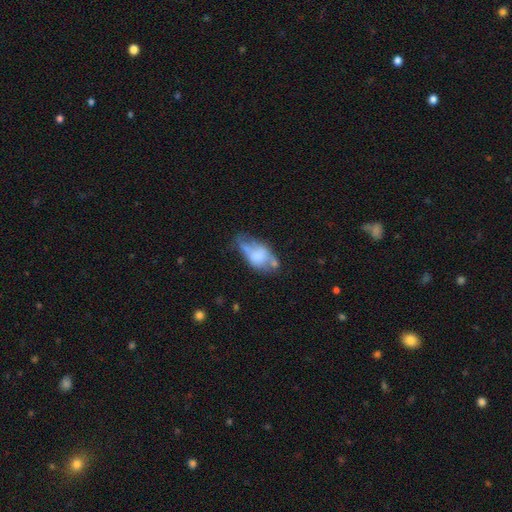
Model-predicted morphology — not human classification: smooth_or_featured: smooth (p=0.46) [alt: featured or disk p=0.45]
merging: none (p=0.29) [tied with: minor disturbance p=0.29]